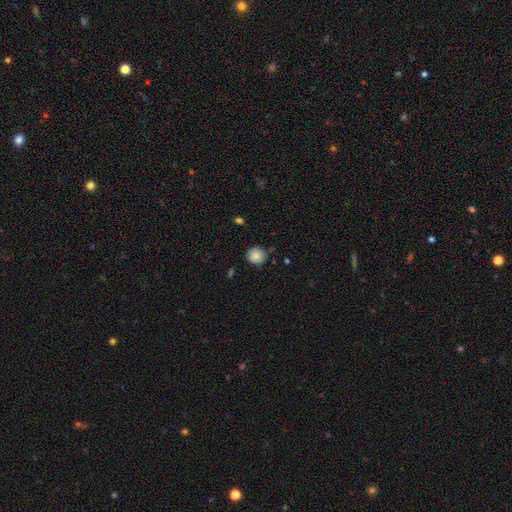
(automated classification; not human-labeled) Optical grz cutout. It shows a smooth galaxy with no disk features (85%) that is round (88%). Merging: none (80%).